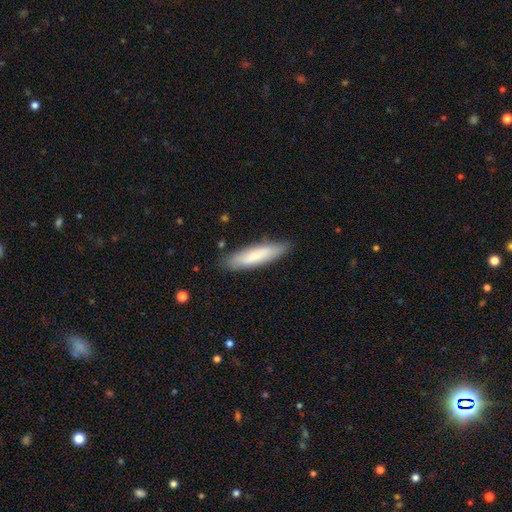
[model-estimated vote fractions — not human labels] smooth_or_featured: smooth (p=0.79) [alt: featured or disk p=0.15]
how_rounded: cigar-shaped (p=0.72) [alt: in between p=0.27]
merging: none (p=0.84) [alt: minor disturbance p=0.12]